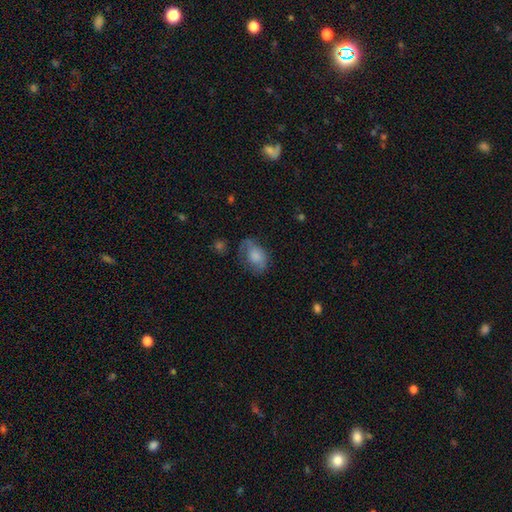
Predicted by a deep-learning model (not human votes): smooth-or-featured: smooth: 65% | featured or disk: 26% | star or artifact: 9%
  how-rounded: in between: 80% | round: 18% | cigar-shaped: 2%
  merging: none: 43% | minor disturbance: 30% | major disturbance: 25% | merger: 3%